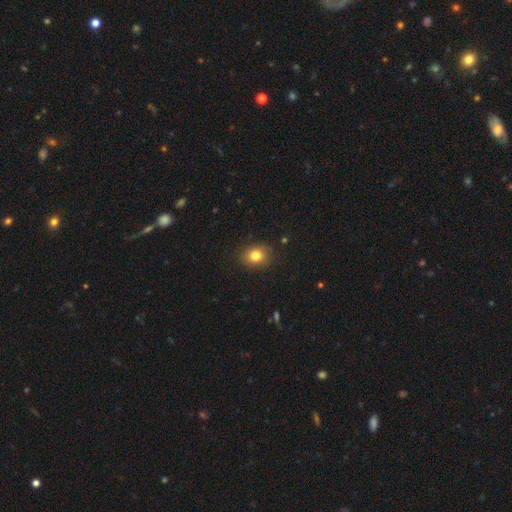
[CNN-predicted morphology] Smooth or featured?
  - smooth: 81% *
  - star or artifact: 11%
  - featured or disk: 8%
How rounded?
  - round: 57% *
  - in between: 42%
  - cigar-shaped: 1%
Merging?
  - none: 85% *
  - minor disturbance: 11%
  - major disturbance: 3%
  - merger: 1%